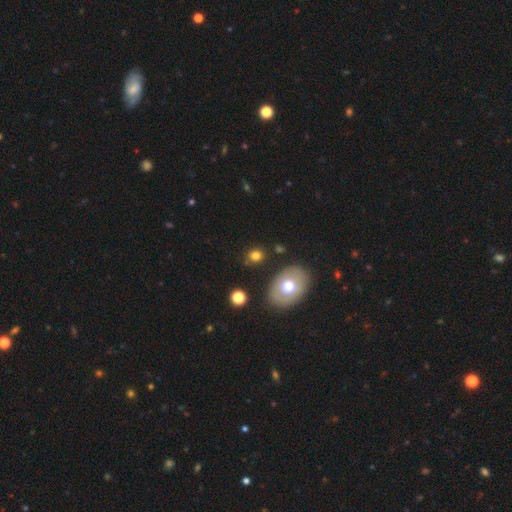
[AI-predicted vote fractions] smooth-or-featured: smooth: 75% | star or artifact: 13% | featured or disk: 13%
  how-rounded: round: 62% | in between: 37% | cigar-shaped: 1%
  merging: none: 80% | minor disturbance: 11% | merger: 4% | major disturbance: 4%